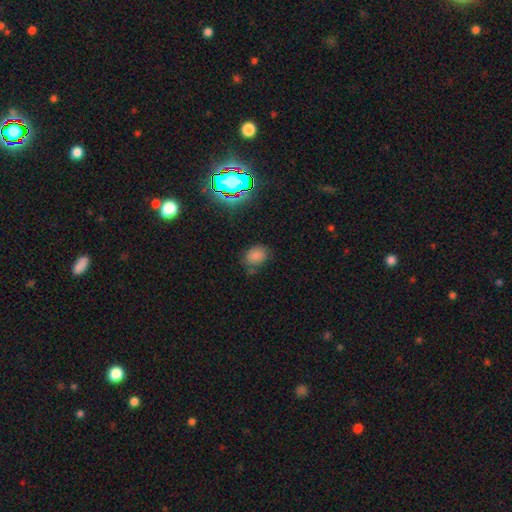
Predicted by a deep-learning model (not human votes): Smooth or featured? smooth (76%)
How rounded? in between (60%)
Merging? none (68%)